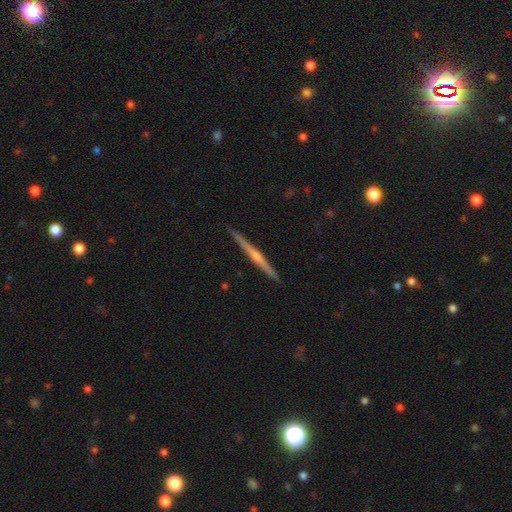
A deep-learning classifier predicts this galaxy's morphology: Smooth or featured? Predicted: featured or disk (p=0.72). Edge-on disk? Predicted: yes (p=0.98). Edge-on bulge? Predicted: rounded (p=0.64). Merging? Predicted: none (p=0.92).